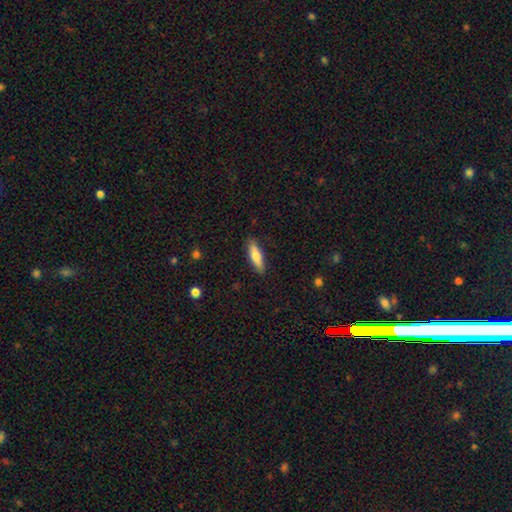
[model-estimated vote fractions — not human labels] Q: Smooth or featured?
A: smooth (71%); runner-up: featured or disk (23%)
Q: How rounded?
A: cigar-shaped (59%); runner-up: in between (39%)
Q: Merging?
A: none (88%); runner-up: minor disturbance (9%)